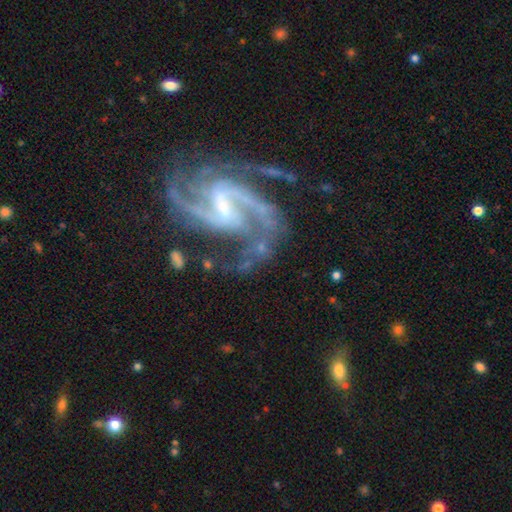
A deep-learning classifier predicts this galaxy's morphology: Smooth or featured?
  - featured or disk: 93% *
  - star or artifact: 5%
  - smooth: 3%
Edge-on disk?
  - no: 98% *
  - yes: 2%
Bar?
  - weak: 49% *
  - strong: 37%
  - no: 14%
Spiral arms?
  - yes: 98% *
  - no: 2%
Spiral winding?
  - medium: 60% *
  - tight: 20%
  - loose: 19%
Spiral arm count?
  - 2: 59% *
  - 3: 20%
  - can't tell: 7%
  - 4: 6%
  - 1: 4%
  - more than 4: 4%
Bulge size?
  - small: 54% *
  - moderate: 26%
  - none: 16%
  - large: 3%
  - dominant: 1%
Merging?
  - none: 63% *
  - minor disturbance: 19%
  - major disturbance: 14%
  - merger: 4%